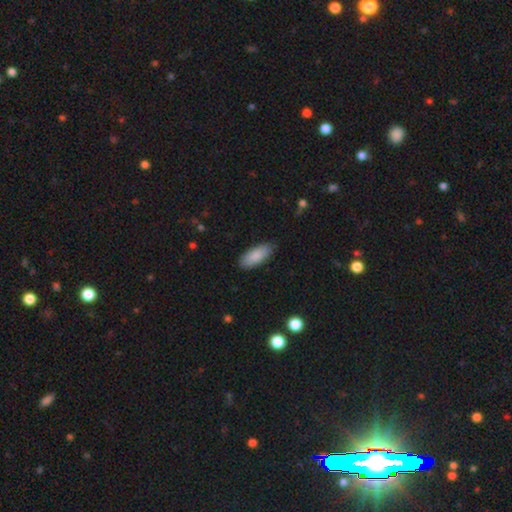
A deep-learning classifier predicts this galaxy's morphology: Smooth or featured? smooth (88%)
How rounded? in between (81%)
Merging? none (87%)